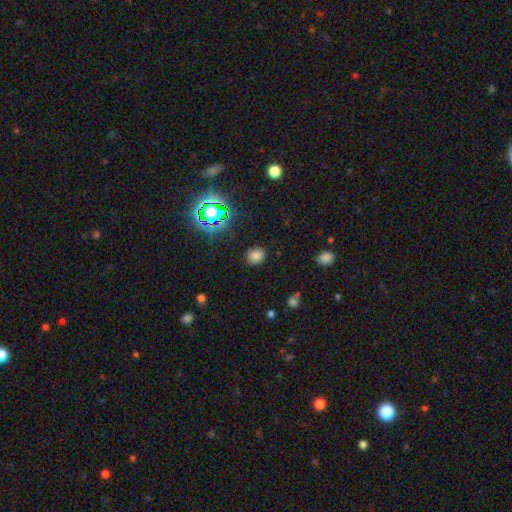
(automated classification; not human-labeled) Smooth or featured: smooth — 74% (star or artifact — 20%)
How rounded: round — 57% (in between — 42%)
Merging: none — 86% (minor disturbance — 9%)